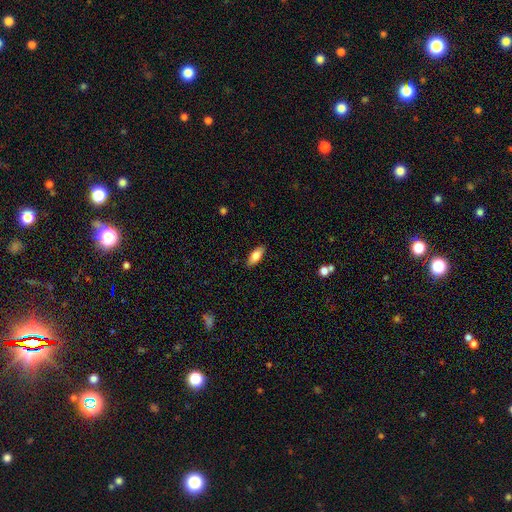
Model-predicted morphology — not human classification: Smooth or featured? smooth (77%)
How rounded? in between (80%)
Merging? none (88%)